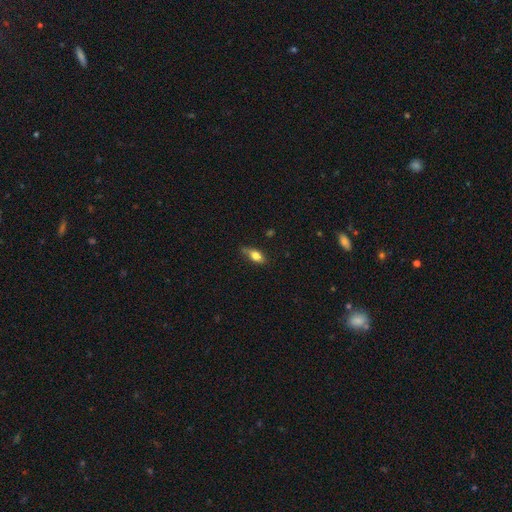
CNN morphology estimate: Smooth or featured: smooth — 74% (featured or disk — 18%)
How rounded: in between — 79% (cigar-shaped — 15%)
Merging: none — 69% (minor disturbance — 24%)